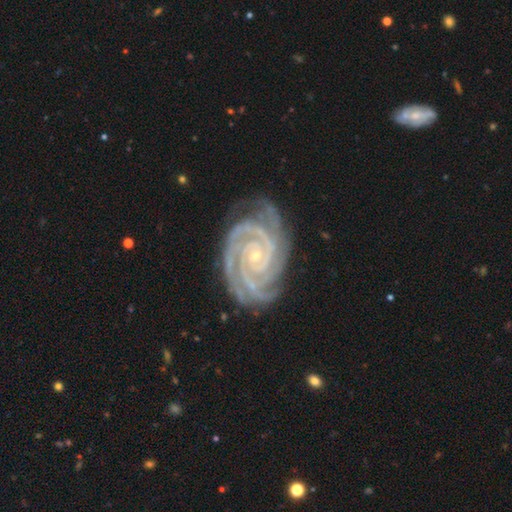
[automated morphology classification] A featured or disk galaxy (93%) with no bar (70%), 3 (29%) tight (85%) spiral arms (99%) and a small central bulge (85%).

Vote fractions:
- Smooth or featured? featured or disk: 93% / star or artifact: 4% / smooth: 2%
- Edge-on disk? no: 98% / yes: 2%
- Bar? no: 70% / weak: 19% / strong: 11%
- Spiral arms? yes: 99% / no: 1%
- Spiral winding? tight: 85% / medium: 13% / loose: 1%
- Spiral arm count? 3: 29% / 4: 23% / 2: 23% / can't tell: 9% / more than 4: 9% / 1: 7%
- Bulge size? small: 85% / moderate: 12% / none: 2% / large: 1% / dominant: 1%
- Merging? none: 76% / minor disturbance: 18% / major disturbance: 5% / merger: 1%